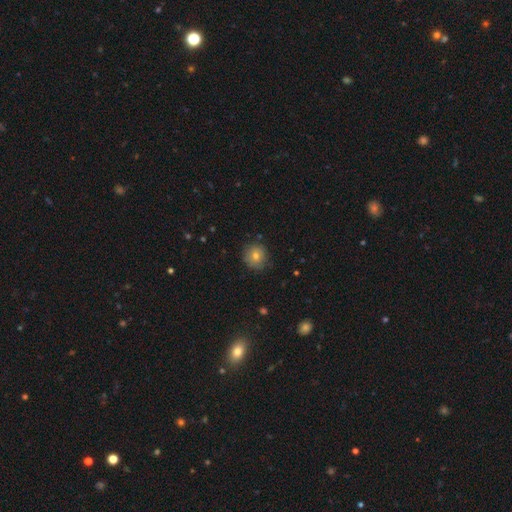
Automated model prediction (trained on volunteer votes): Q: Smooth or featured?
A: smooth (72%); runner-up: star or artifact (15%)
Q: How rounded?
A: round (90%); runner-up: in between (9%)
Q: Merging?
A: none (85%); runner-up: minor disturbance (12%)